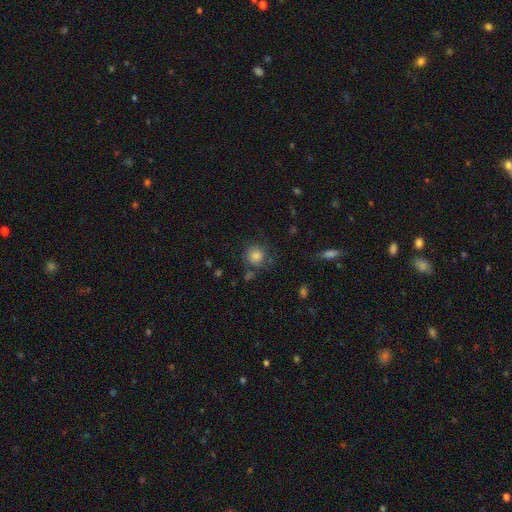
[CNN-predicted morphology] type=smooth (76%); roundness=round (89%); merging=none (70%).